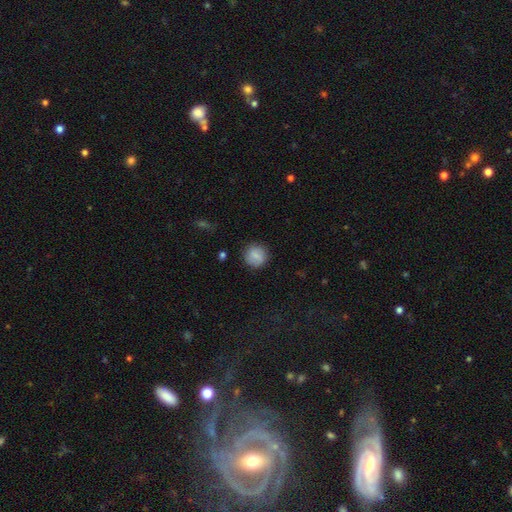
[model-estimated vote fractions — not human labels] smooth_or_featured: smooth (p=0.81) [alt: featured or disk p=0.11]
how_rounded: round (p=0.91) [alt: in between p=0.08]
merging: none (p=0.86) [alt: minor disturbance p=0.10]